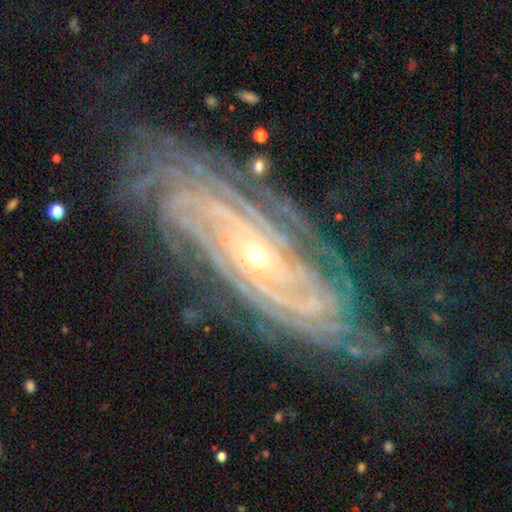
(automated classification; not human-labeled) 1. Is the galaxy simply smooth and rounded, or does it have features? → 90% featured or disk, 6% star or artifact, 4% smooth.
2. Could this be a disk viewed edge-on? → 91% no, 9% yes.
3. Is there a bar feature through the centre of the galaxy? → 69% no, 19% weak, 12% strong.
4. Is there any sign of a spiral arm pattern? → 98% yes, 2% no.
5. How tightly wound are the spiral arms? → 77% tight, 18% medium, 4% loose.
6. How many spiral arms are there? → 22% more than 4, 21% can't tell, 19% 4, 15% 3, 14% 2, 8% 1.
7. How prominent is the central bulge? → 71% small, 26% moderate, 2% large, 1% none, 1% dominant.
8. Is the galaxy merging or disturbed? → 73% none, 17% minor disturbance, 8% major disturbance, 2% merger.